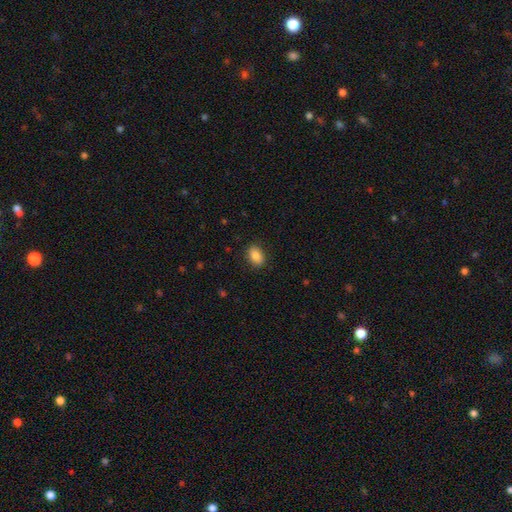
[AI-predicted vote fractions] smooth 87%, star or artifact 8%, featured or disk 5%. Down the decision tree: how rounded — in between (84%); merging — none (87%).